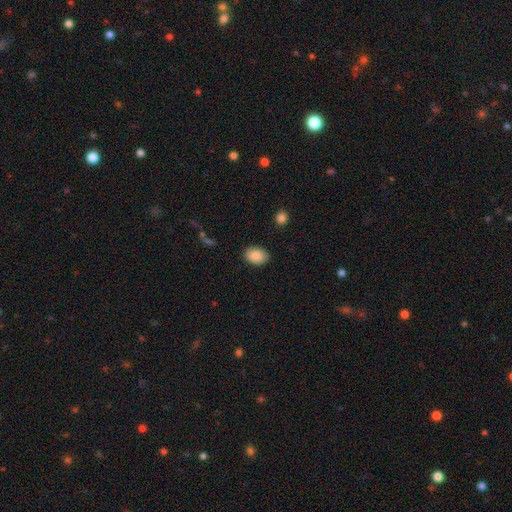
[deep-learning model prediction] Morphology: type=smooth (88%); roundness=in between (79%); merging=none (86%).